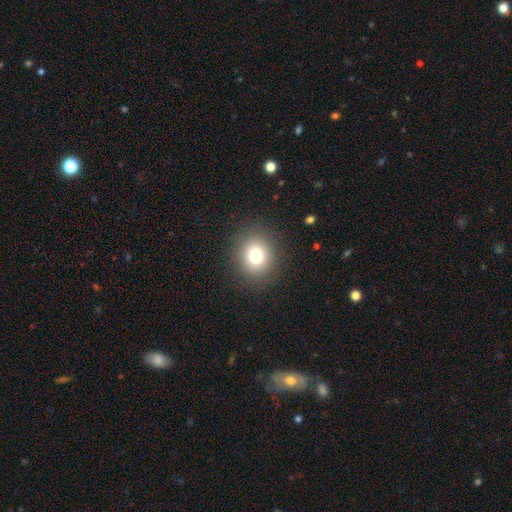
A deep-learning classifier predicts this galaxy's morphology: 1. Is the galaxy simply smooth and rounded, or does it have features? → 78% smooth, 13% star or artifact, 10% featured or disk.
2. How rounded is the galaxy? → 78% round, 21% in between, 1% cigar-shaped.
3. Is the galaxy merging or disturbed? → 89% none, 7% minor disturbance, 3% major disturbance, 1% merger.